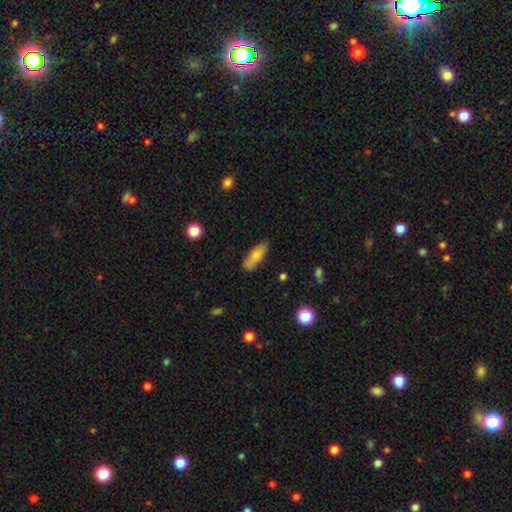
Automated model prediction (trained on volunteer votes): The model was most divided on "how rounded": in between: 71%, cigar-shaped: 27%, round: 2%. More confident: smooth or featured — smooth (75%); merging — none (73%).